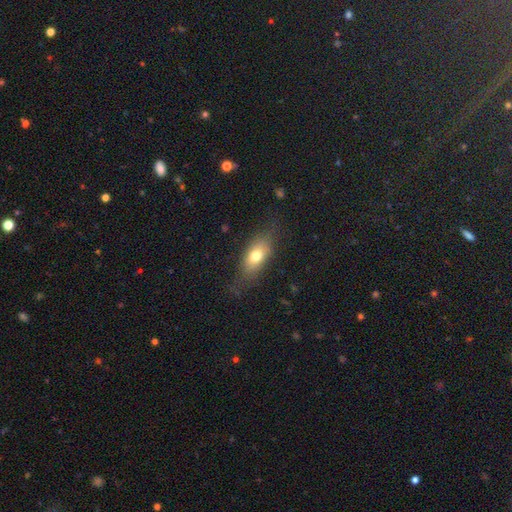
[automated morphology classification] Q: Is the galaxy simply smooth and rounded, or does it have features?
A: smooth — 70%.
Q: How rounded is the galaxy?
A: in between — 78%.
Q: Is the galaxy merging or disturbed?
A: none — 73%.